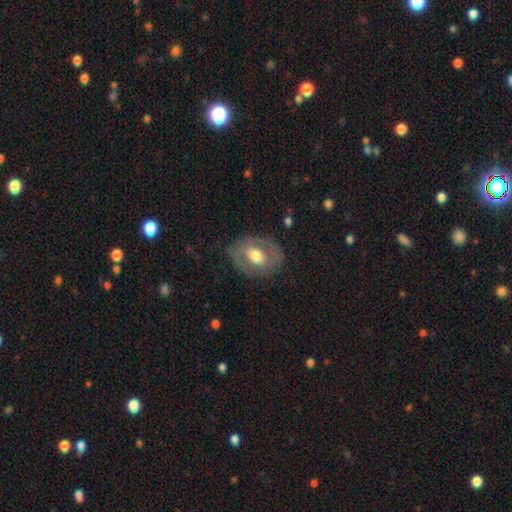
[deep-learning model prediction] smooth_or_featured: smooth (p=0.47) [tied with: featured or disk p=0.47]
merging: none (p=0.74) [alt: minor disturbance p=0.17]